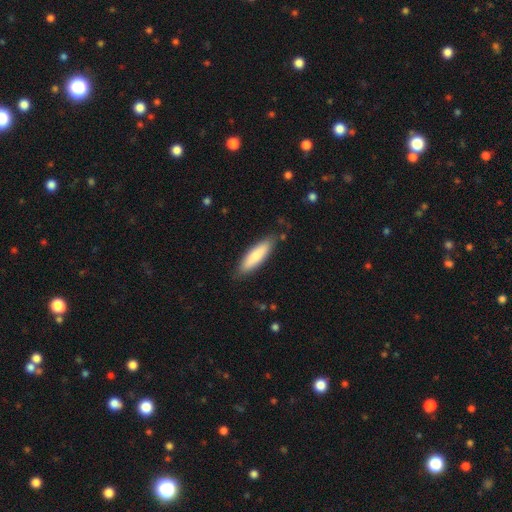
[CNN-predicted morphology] Smooth or featured? Predicted: smooth (p=0.80). How rounded? Predicted: cigar-shaped (p=0.61). Merging? Predicted: none (p=0.83).